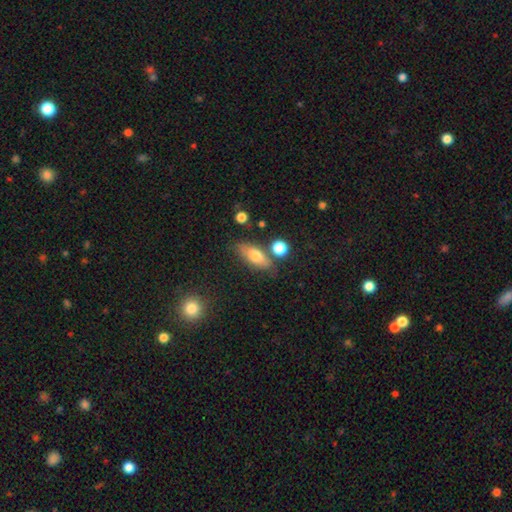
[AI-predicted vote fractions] Smooth or featured: smooth — 67% (featured or disk — 24%)
How rounded: in between — 74% (cigar-shaped — 20%)
Merging: none — 70% (minor disturbance — 16%)